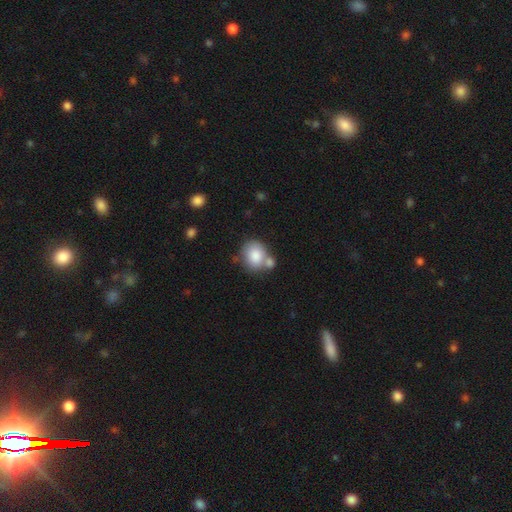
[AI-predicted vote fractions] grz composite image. It shows a smooth galaxy with no disk features (83%) that is round (59%). Merging: none (44%).